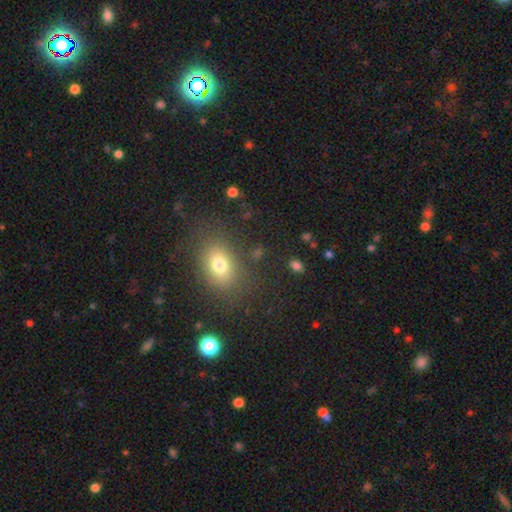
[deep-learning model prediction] Smooth or featured? Predicted: smooth (p=0.71). How rounded? Predicted: in between (p=0.70). Merging? Predicted: none (p=0.83).